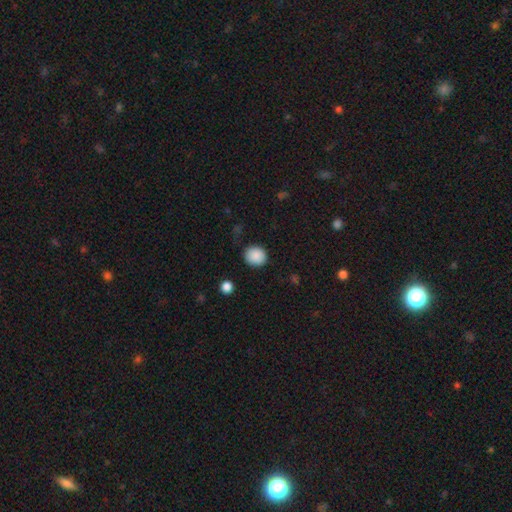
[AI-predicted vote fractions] This appears to be a smooth galaxy with no disk features (89%) that is round (78%). Merging: none (86%).